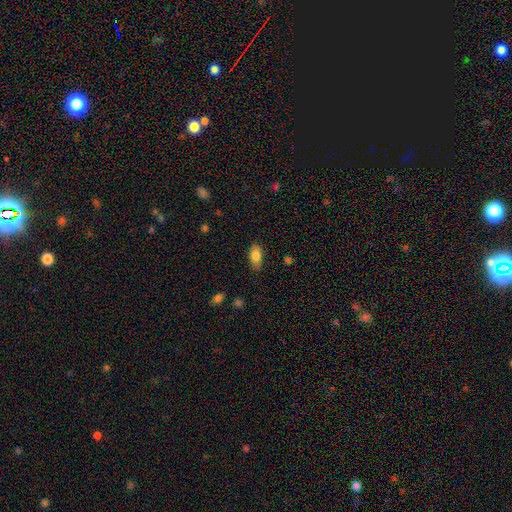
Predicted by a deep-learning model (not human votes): Smooth or featured? Predicted: smooth (p=0.82). How rounded? Predicted: in between (p=0.88). Merging? Predicted: none (p=0.83).